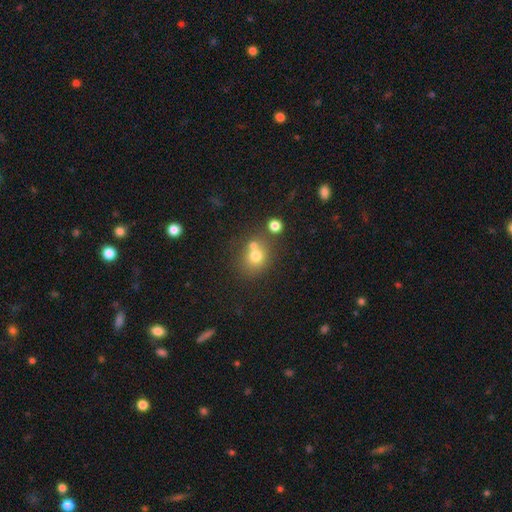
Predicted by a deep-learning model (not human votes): Smooth or featured? smooth (72%)
How rounded? round (72%)
Merging? none (53%)